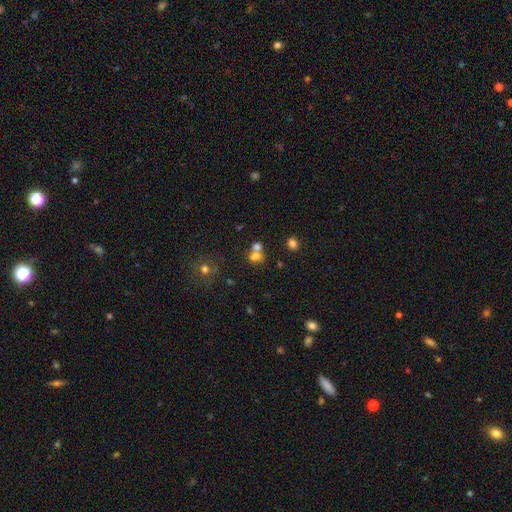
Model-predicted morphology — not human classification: A smooth galaxy with no disk features (67%) that is round (54%).

Vote fractions:
- Smooth or featured? smooth: 67% / star or artifact: 18% / featured or disk: 15%
- How rounded? round: 54% / in between: 44% / cigar-shaped: 2%
- Merging? merger: 54% / none: 34% / minor disturbance: 8% / major disturbance: 5%